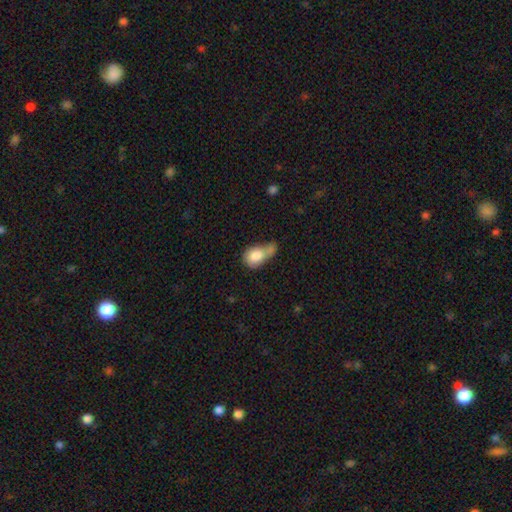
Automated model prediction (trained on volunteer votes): Morphology: type=smooth (80%); roundness=in between (67%); merging=merger (51%).